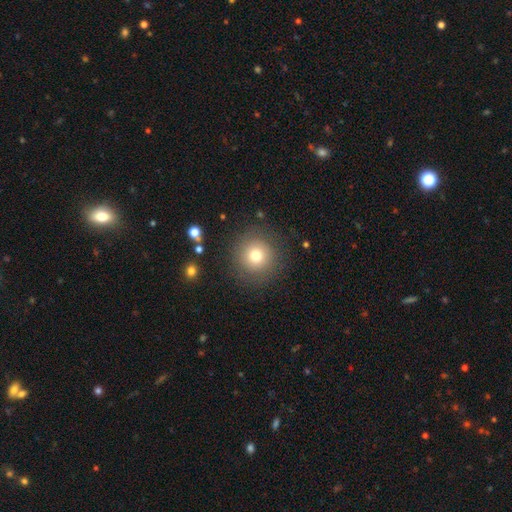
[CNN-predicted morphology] Overall: smooth (75%). How rounded: round (94%). Merging: none (86%).